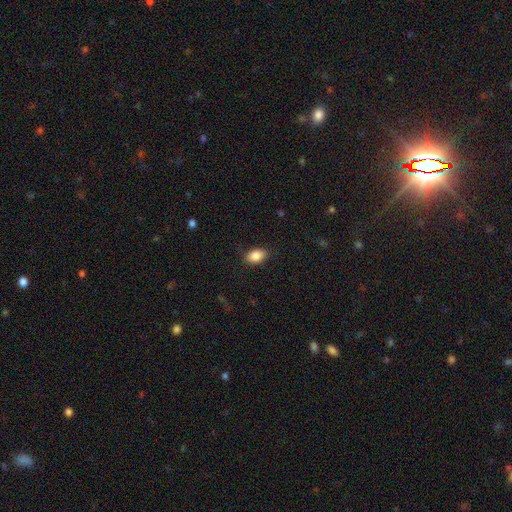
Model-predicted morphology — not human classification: Overall: smooth (87%). How rounded: in between (86%). Merging: none (84%).